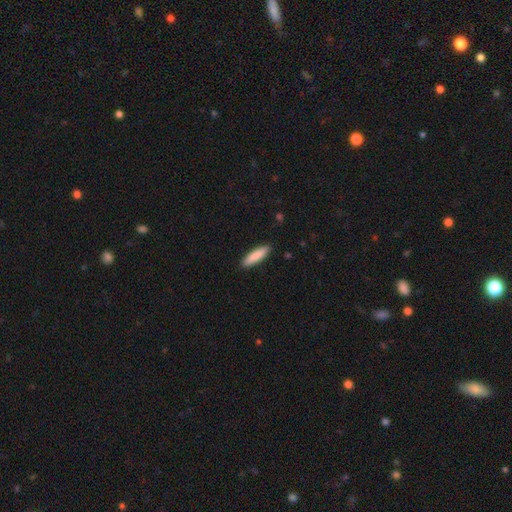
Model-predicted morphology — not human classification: smooth_or_featured: smooth (p=0.87) [alt: featured or disk p=0.08]
how_rounded: cigar-shaped (p=0.72) [alt: in between p=0.27]
merging: none (p=0.90) [alt: minor disturbance p=0.07]